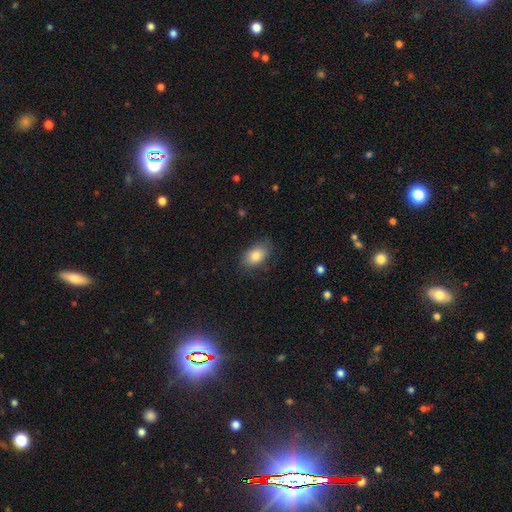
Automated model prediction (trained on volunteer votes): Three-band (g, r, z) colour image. It shows a smooth galaxy with no disk features (83%) that is in between round and cigar-shaped (90%). Merging: none (75%).